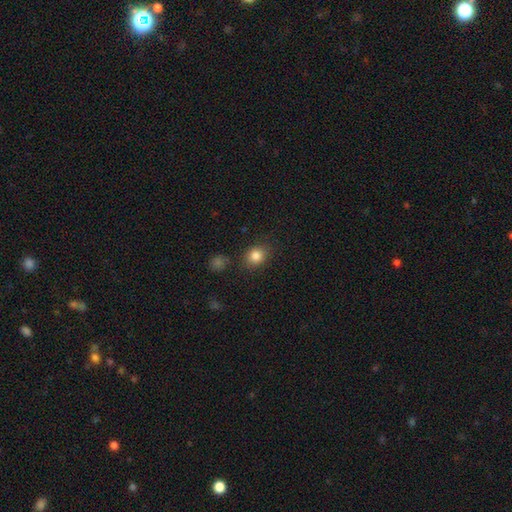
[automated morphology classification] A smooth galaxy with no disk features (83%) that is round (61%).

Vote fractions:
- Smooth or featured? smooth: 83% / star or artifact: 11% / featured or disk: 6%
- How rounded? round: 61% / in between: 38% / cigar-shaped: 1%
- Merging? none: 81% / minor disturbance: 12% / major disturbance: 4% / merger: 4%